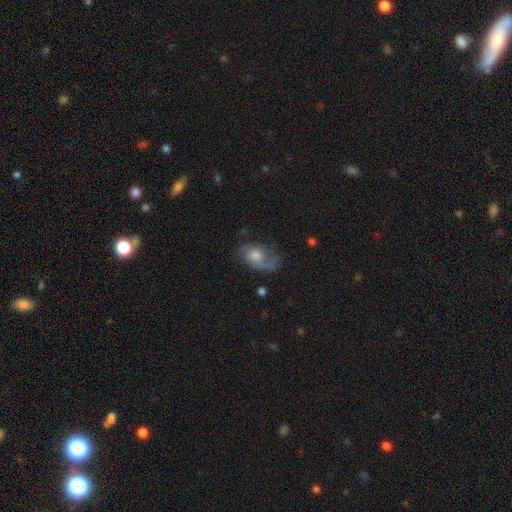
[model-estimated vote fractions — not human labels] Smooth or featured?
  - featured or disk: 65% *
  - smooth: 26%
  - star or artifact: 9%
Edge-on disk?
  - no: 96% *
  - yes: 4%
Bar?
  - no: 75% *
  - weak: 22%
  - strong: 3%
Spiral arms?
  - yes: 89% *
  - no: 11%
Spiral winding?
  - medium: 41% *
  - loose: 40%
  - tight: 20%
Spiral arm count?
  - 1: 47% *
  - 2: 42%
  - can't tell: 8%
  - 3: 1%
  - 4: 1%
  - more than 4: 1%
Bulge size?
  - moderate: 49% *
  - small: 25%
  - large: 18%
  - none: 5%
  - dominant: 2%
Merging?
  - none: 57% *
  - minor disturbance: 21%
  - major disturbance: 19%
  - merger: 2%